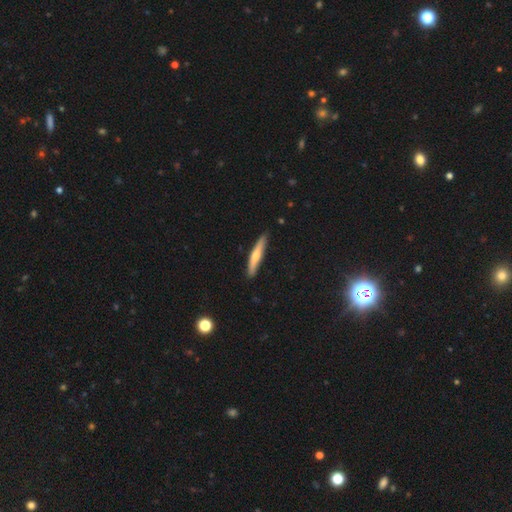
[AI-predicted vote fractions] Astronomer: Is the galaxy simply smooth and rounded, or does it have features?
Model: smooth — 55% (runner-up: featured or disk, 39%).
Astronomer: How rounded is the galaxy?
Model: cigar-shaped — 92%.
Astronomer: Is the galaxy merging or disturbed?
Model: none — 87%.